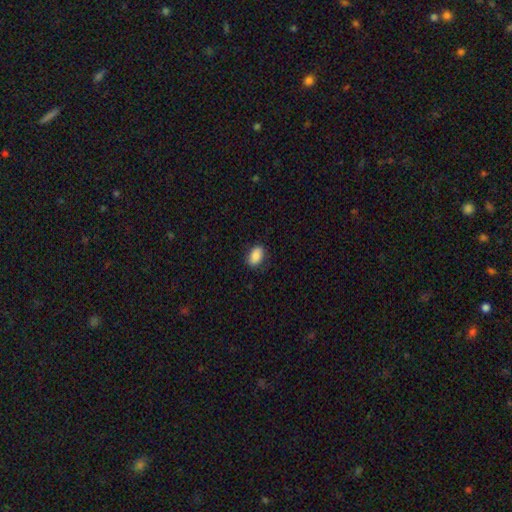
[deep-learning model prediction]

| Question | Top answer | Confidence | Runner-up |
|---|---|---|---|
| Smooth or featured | smooth | 88% | star or artifact (7%) |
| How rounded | in between | 88% | round (10%) |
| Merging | none | 83% | minor disturbance (13%) |